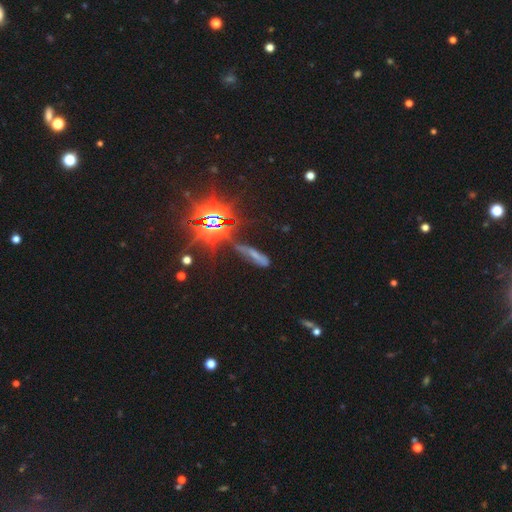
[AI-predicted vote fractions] smooth-or-featured: star or artifact: 40% | smooth: 36% | featured or disk: 24%